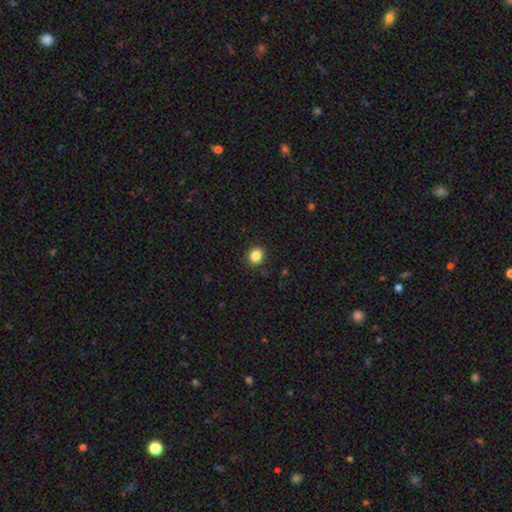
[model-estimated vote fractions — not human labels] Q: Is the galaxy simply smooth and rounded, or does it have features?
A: smooth — 85%.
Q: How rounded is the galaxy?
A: round — 76%.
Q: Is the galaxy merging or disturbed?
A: none — 90%.